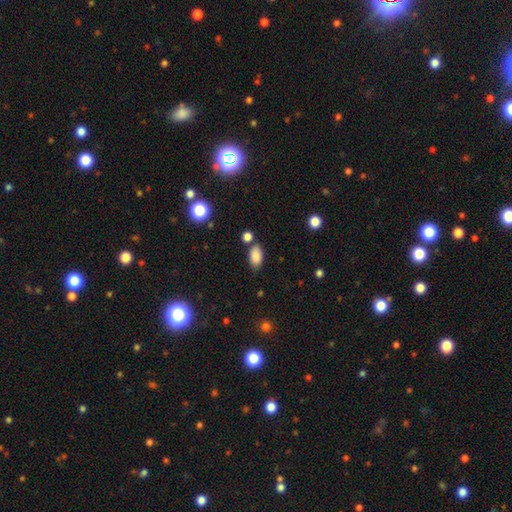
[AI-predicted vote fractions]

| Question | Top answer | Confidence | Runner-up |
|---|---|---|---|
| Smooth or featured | smooth | 86% | star or artifact (9%) |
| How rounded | in between | 91% | round (6%) |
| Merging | none | 73% | minor disturbance (14%) |